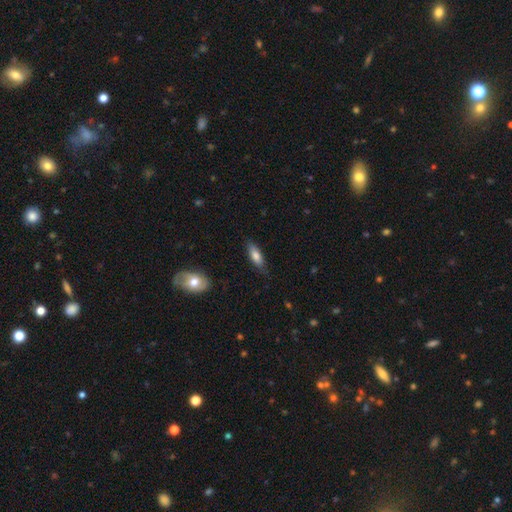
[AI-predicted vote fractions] smooth 75%, featured or disk 18%, star or artifact 6%. Down the decision tree: how rounded — in between (61%); merging — none (78%).